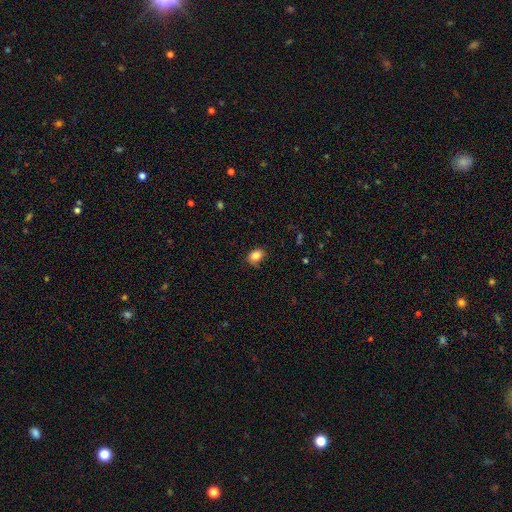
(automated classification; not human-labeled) smooth 85%, star or artifact 9%, featured or disk 6%. Down the decision tree: how rounded — in between (68%); merging — none (76%).